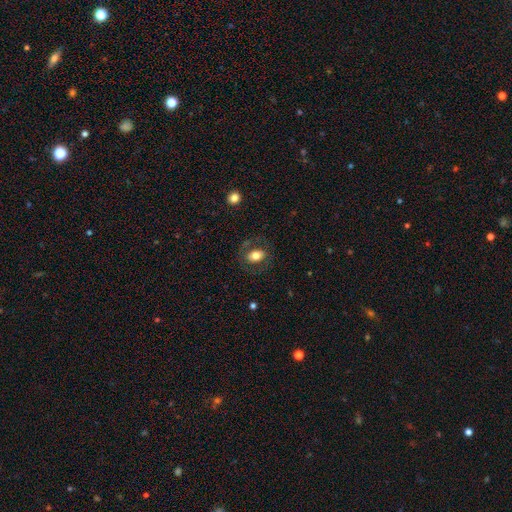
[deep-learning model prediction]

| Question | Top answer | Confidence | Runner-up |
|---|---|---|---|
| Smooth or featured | smooth | 67% | featured or disk (26%) |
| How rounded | in between | 78% | round (20%) |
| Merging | none | 76% | minor disturbance (13%) |